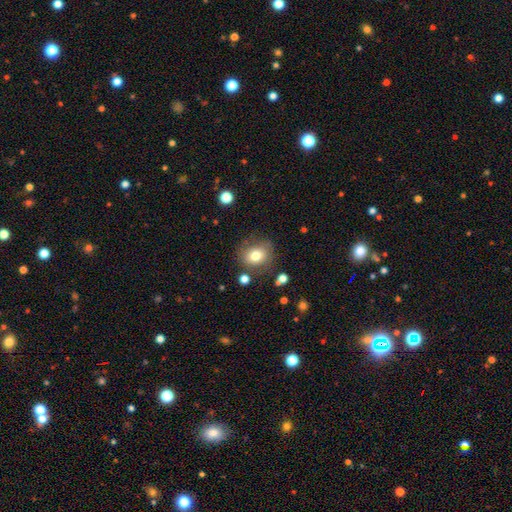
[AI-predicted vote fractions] Morphology: type=smooth (74%); roundness=round (69%); merging=none (74%).